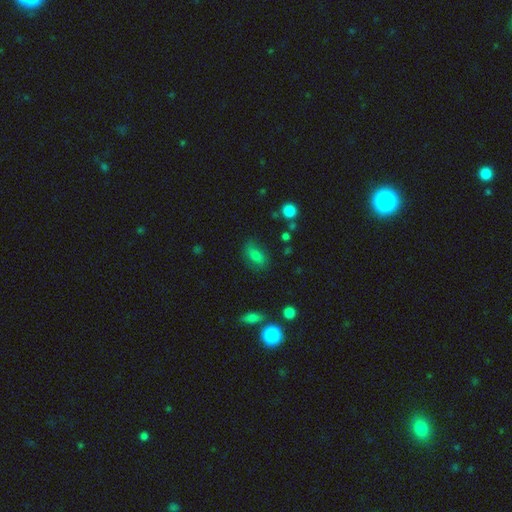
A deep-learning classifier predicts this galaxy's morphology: Smooth or featured?
  - smooth: 75% *
  - featured or disk: 13%
  - star or artifact: 12%
How rounded?
  - in between: 85% *
  - round: 8%
  - cigar-shaped: 7%
Merging?
  - none: 65% *
  - minor disturbance: 23%
  - major disturbance: 9%
  - merger: 3%